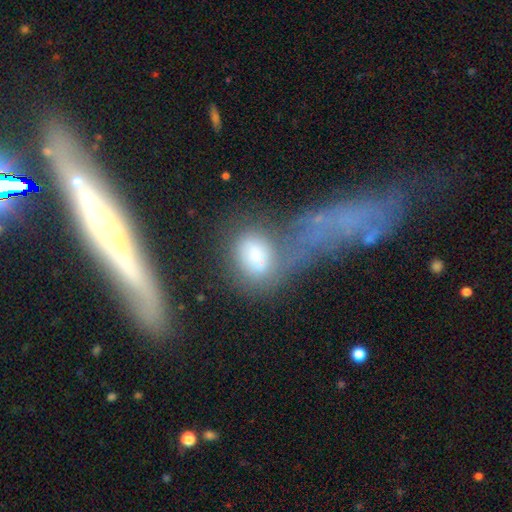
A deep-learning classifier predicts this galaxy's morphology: A smooth galaxy with no disk features (63%) that is in between round and cigar-shaped (63%). Merging: merger (36%).